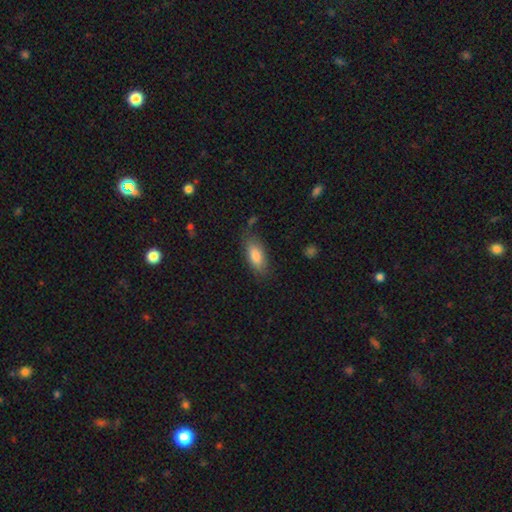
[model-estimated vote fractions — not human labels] Smooth or featured? smooth (82%)
How rounded? in between (82%)
Merging? none (75%)